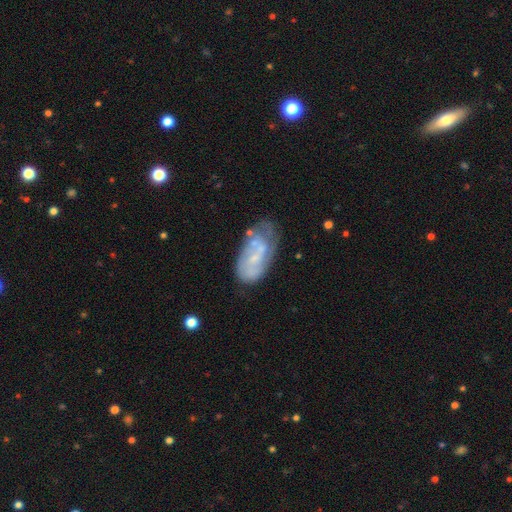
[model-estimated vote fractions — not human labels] smooth-or-featured: featured or disk: 64% | smooth: 28% | star or artifact: 8%
  disk-edge-on: no: 95% | yes: 5%
    bar: no: 58% | weak: 34% | strong: 8%
    has-spiral-arms: yes: 65% | no: 35%
    bulge-size: small: 60% | none: 21% | moderate: 17% | large: 1% | dominant: 1%
  merging: none: 48% | minor disturbance: 29% | major disturbance: 15% | merger: 9%